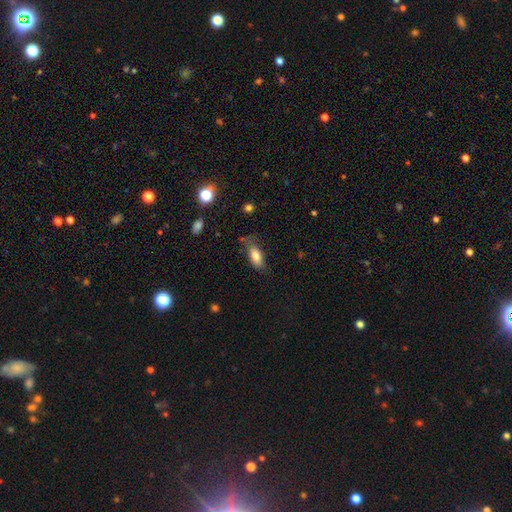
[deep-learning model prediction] The model was most divided on "merging": none: 65%, minor disturbance: 25%, major disturbance: 7%, merger: 3%. More confident: how rounded — in between (84%); smooth or featured — smooth (79%).